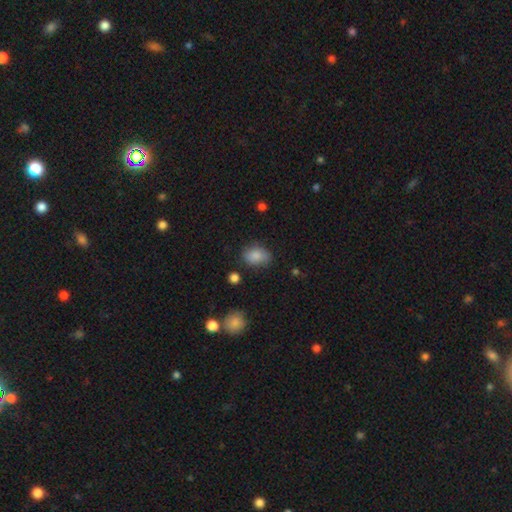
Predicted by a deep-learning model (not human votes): This is clearly a smooth galaxy (85%). How rounded: likely in between (75%). Merging: likely none (72%).